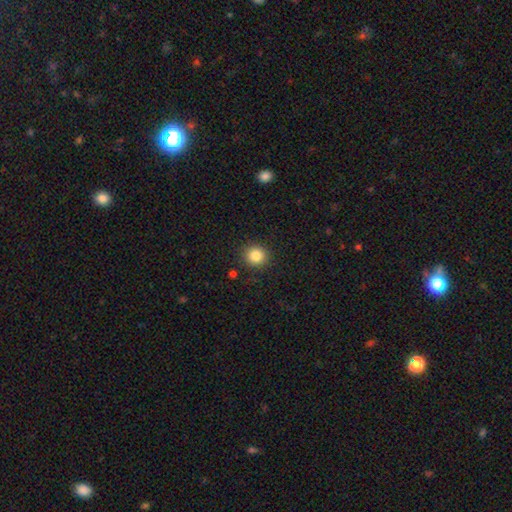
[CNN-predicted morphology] The model was most divided on "smooth or featured": smooth: 85%, star or artifact: 10%, featured or disk: 5%. More confident: how rounded — round (90%); merging — none (89%).